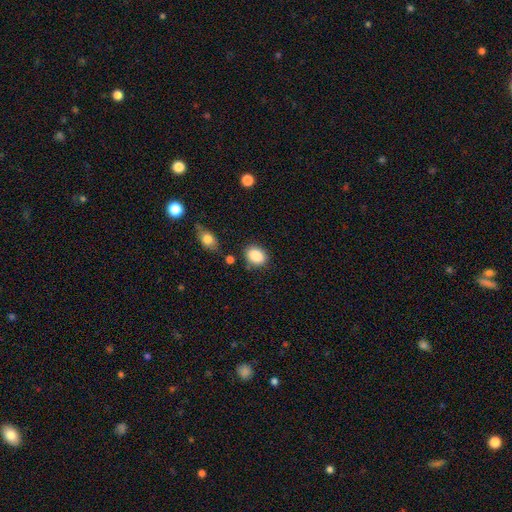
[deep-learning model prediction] Smooth or featured? smooth (87%)
How rounded? in between (59%)
Merging? none (78%)